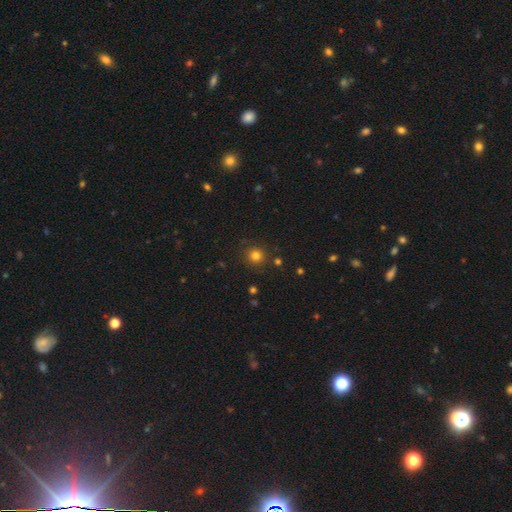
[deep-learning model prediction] A smooth galaxy with no disk features (79%) that is round (92%). Merging: none (87%).